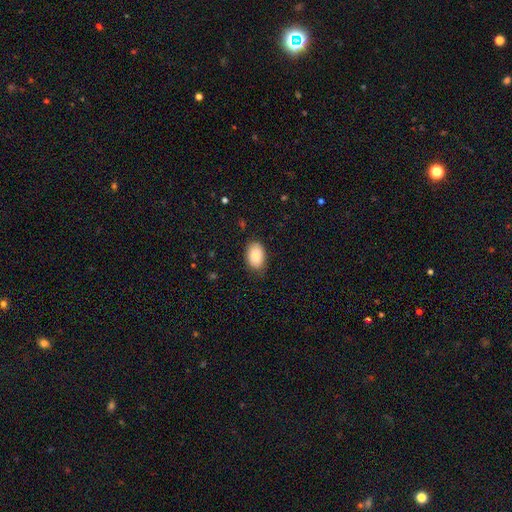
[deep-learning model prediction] Morphology: type=smooth (85%); roundness=in between (90%); merging=none (80%).